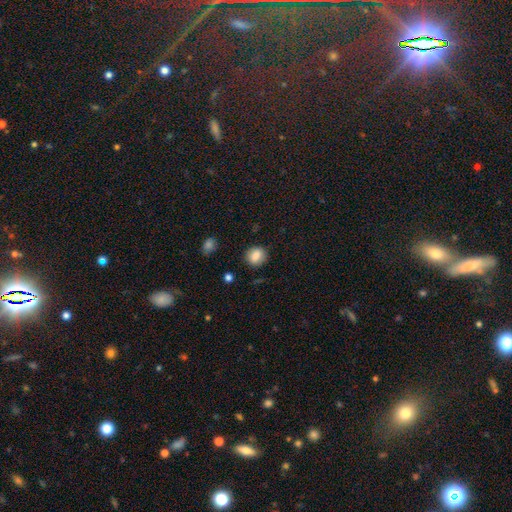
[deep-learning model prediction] A smooth galaxy with no disk features (86%) that is round (71%).

Vote fractions:
- Smooth or featured? smooth: 86% / star or artifact: 9% / featured or disk: 5%
- How rounded? round: 71% / in between: 28% / cigar-shaped: 1%
- Merging? none: 84% / minor disturbance: 11% / major disturbance: 3% / merger: 2%